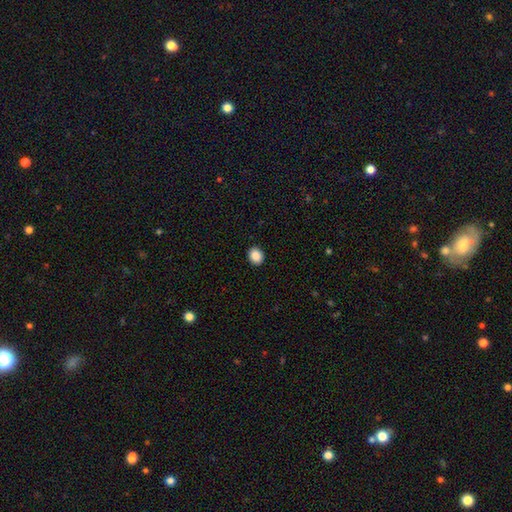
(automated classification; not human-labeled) This is clearly a smooth galaxy (89%). How rounded: possibly round (56%). Merging: clearly none (92%).